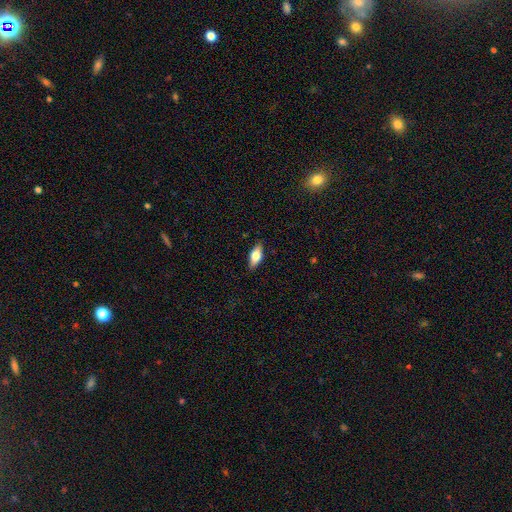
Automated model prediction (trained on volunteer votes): Morphology: type=smooth (64%); roundness=in between (78%); merging=none (86%).